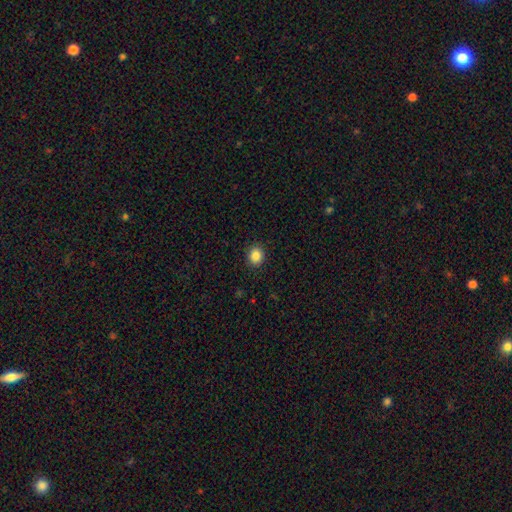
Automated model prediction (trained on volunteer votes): smooth-or-featured: smooth: 86% | star or artifact: 10% | featured or disk: 4%
  how-rounded: round: 78% | in between: 21% | cigar-shaped: 1%
  merging: none: 91% | minor disturbance: 6% | major disturbance: 2% | merger: 1%